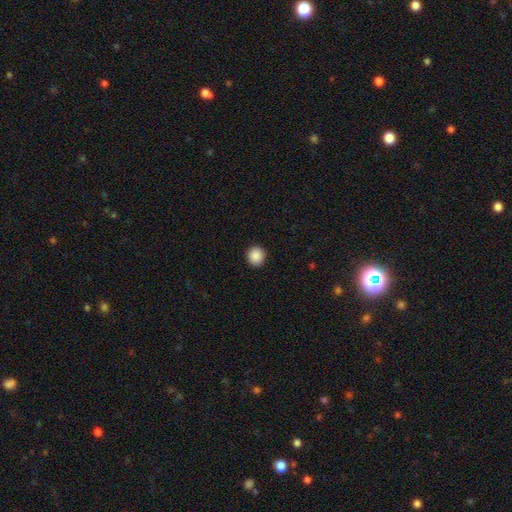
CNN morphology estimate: Smooth or featured? smooth (89%)
How rounded? round (93%)
Merging? none (93%)